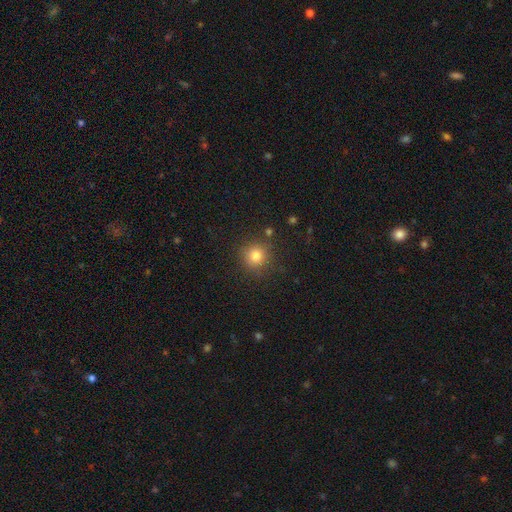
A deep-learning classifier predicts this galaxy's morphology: A smooth galaxy with no disk features (80%) that is round (93%). Merging: none (85%).